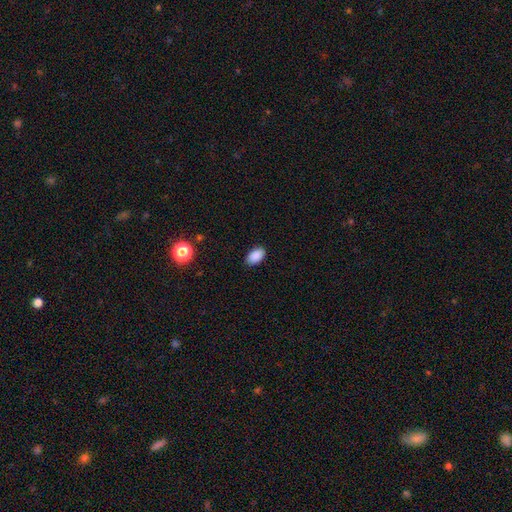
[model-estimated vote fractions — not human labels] smooth-or-featured: smooth: 89% | star or artifact: 8% | featured or disk: 3%
  how-rounded: in between: 93% | round: 6% | cigar-shaped: 1%
  merging: none: 87% | minor disturbance: 10% | major disturbance: 2% | merger: 1%